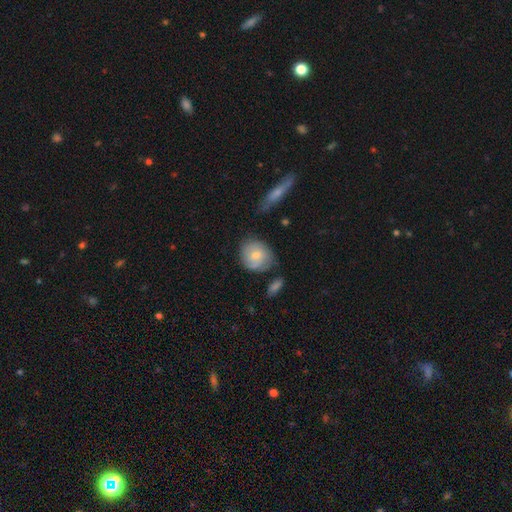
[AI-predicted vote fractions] smooth_or_featured: smooth (p=0.63) [alt: featured or disk p=0.31]
how_rounded: round (p=0.72) [alt: in between p=0.27]
merging: none (p=0.64) [alt: minor disturbance p=0.24]